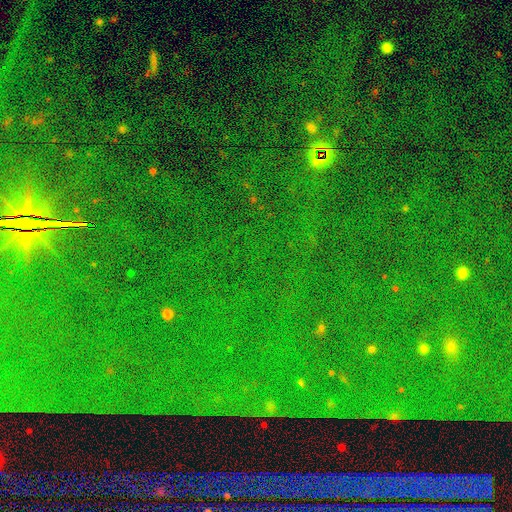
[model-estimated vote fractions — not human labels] The model was most divided on "smooth or featured": star or artifact: 86%, smooth: 7%, featured or disk: 7%.